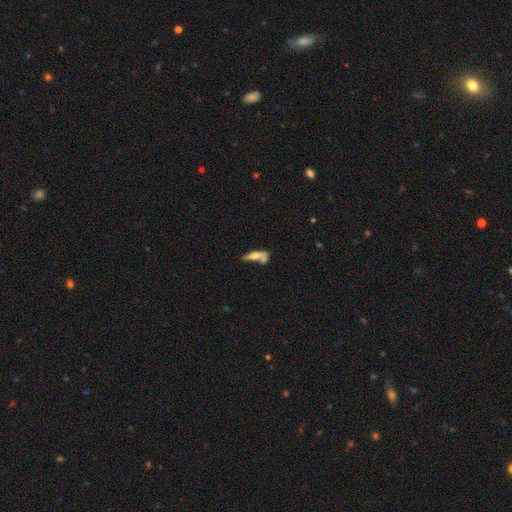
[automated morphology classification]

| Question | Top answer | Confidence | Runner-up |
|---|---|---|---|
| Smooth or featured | smooth | 50% | featured or disk (40%) |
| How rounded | cigar-shaped | 59% | in between (37%) |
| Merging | merger | 38% | none (33%) |